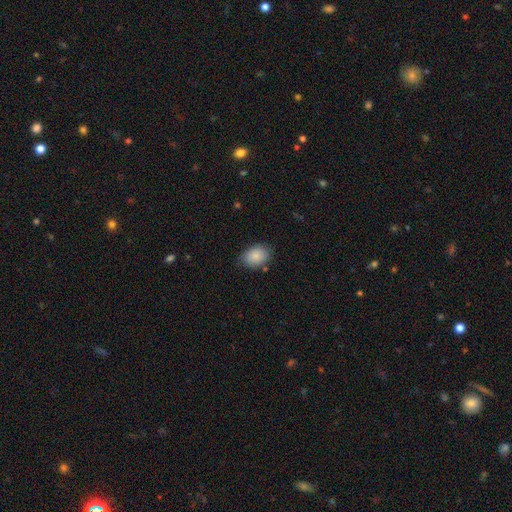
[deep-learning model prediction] smooth-or-featured: smooth: 86% | star or artifact: 7% | featured or disk: 7%
  how-rounded: in between: 78% | round: 21% | cigar-shaped: 1%
  merging: none: 72% | minor disturbance: 22% | major disturbance: 4% | merger: 2%